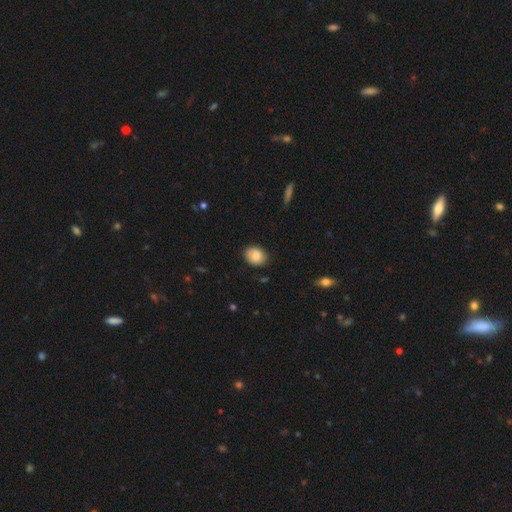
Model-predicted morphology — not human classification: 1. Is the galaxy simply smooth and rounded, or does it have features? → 84% smooth, 9% featured or disk, 8% star or artifact.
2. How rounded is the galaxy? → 51% in between, 48% round, 1% cigar-shaped.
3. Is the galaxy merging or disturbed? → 82% none, 14% minor disturbance, 3% major disturbance, 1% merger.